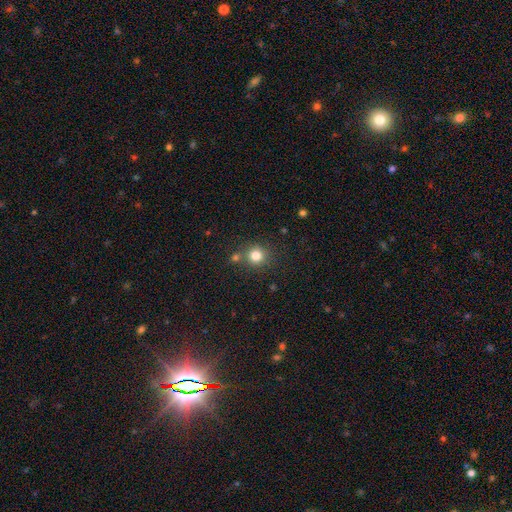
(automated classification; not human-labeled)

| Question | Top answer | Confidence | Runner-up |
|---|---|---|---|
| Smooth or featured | smooth | 80% | star or artifact (13%) |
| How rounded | round | 90% | in between (9%) |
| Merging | none | 73% | merger (15%) |